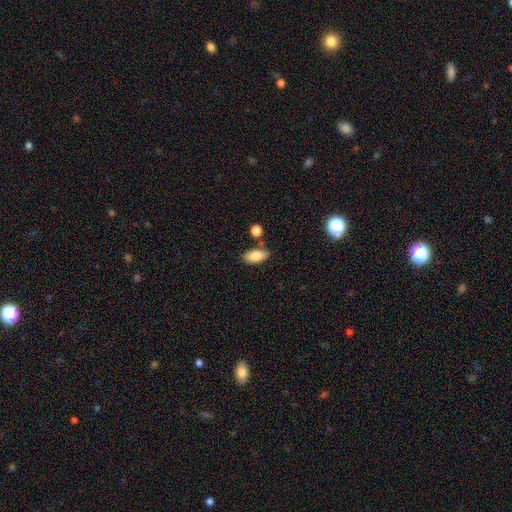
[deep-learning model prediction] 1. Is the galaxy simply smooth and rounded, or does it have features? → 86% smooth, 7% star or artifact, 7% featured or disk.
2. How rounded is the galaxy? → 91% in between, 6% cigar-shaped, 3% round.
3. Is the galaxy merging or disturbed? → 75% none, 13% minor disturbance, 9% merger, 3% major disturbance.